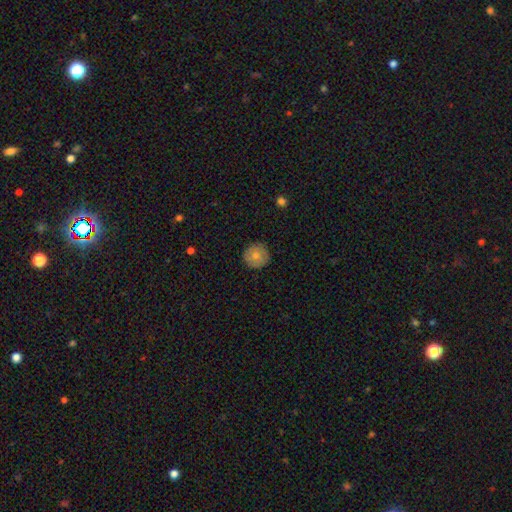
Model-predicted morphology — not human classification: Smooth or featured? smooth (78%)
How rounded? round (93%)
Merging? none (86%)